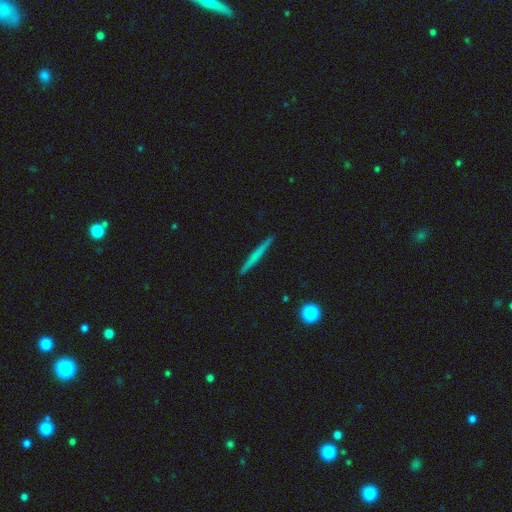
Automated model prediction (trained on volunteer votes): Morphology: type=smooth (53%); roundness=cigar-shaped (96%); merging=none (92%).